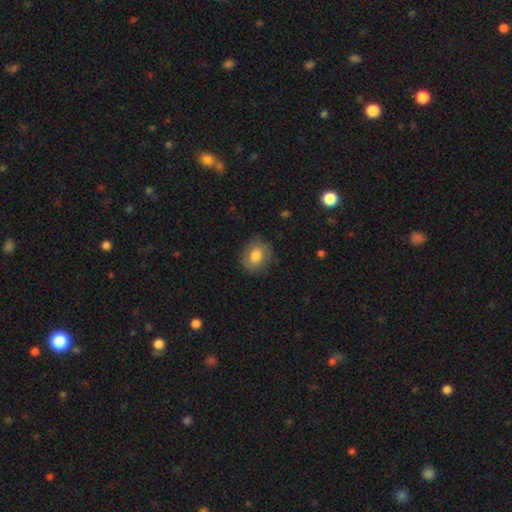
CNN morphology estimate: type=smooth (77%); roundness=round (62%); merging=none (78%).